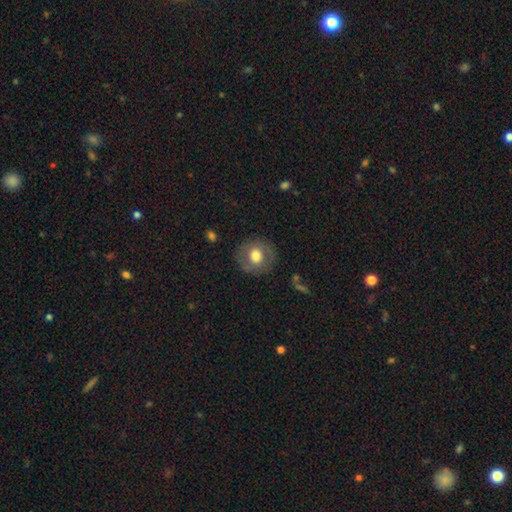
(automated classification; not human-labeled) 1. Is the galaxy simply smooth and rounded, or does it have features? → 64% smooth, 29% featured or disk, 8% star or artifact.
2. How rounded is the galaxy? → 87% round, 12% in between, 1% cigar-shaped.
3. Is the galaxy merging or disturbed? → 83% none, 11% minor disturbance, 5% major disturbance, 1% merger.